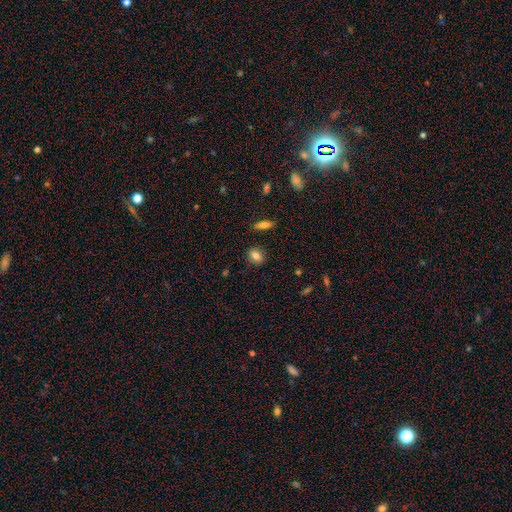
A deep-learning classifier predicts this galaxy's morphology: This appears to be a smooth galaxy with no disk features (82%) that is round (53%). Merging: none (87%).